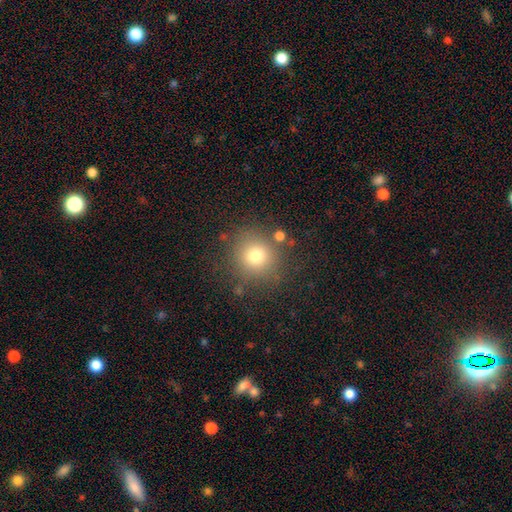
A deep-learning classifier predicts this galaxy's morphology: type=smooth (74%); roundness=round (92%); merging=none (81%).